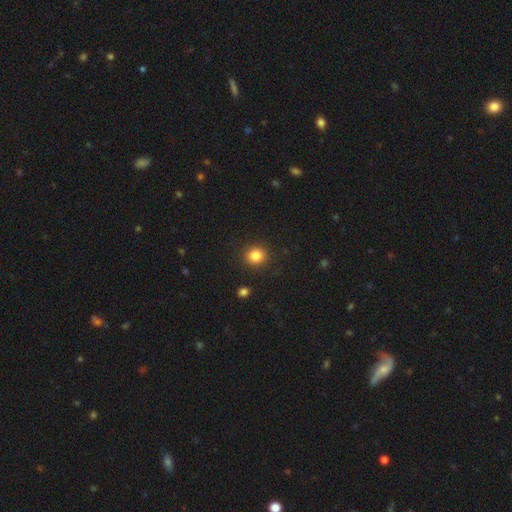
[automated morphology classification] smooth 84%, star or artifact 11%, featured or disk 5%. Down the decision tree: how rounded — round (85%); merging — none (90%).